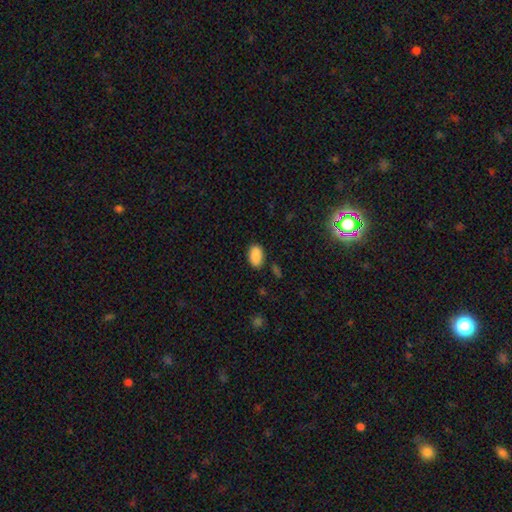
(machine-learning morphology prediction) Smooth or featured: smooth — 88% (star or artifact — 8%)
How rounded: in between — 92% (round — 6%)
Merging: none — 82% (minor disturbance — 13%)